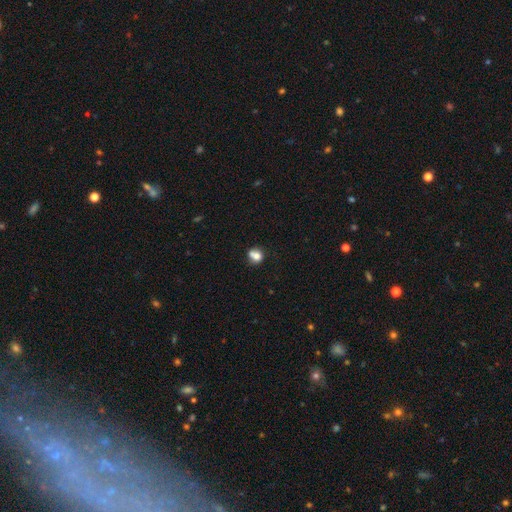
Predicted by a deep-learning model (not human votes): A smooth galaxy with no disk features (75%) that is round (65%).

Vote fractions:
- Smooth or featured? smooth: 75% / featured or disk: 14% / star or artifact: 11%
- How rounded? round: 65% / in between: 34% / cigar-shaped: 1%
- Merging? none: 45% / merger: 30% / minor disturbance: 17% / major disturbance: 8%